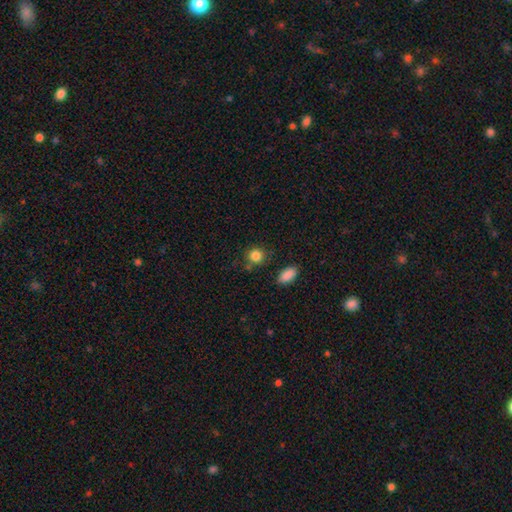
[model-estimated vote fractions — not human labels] This appears to be a smooth galaxy with no disk features (86%) that is round (83%). Merging: none (77%).